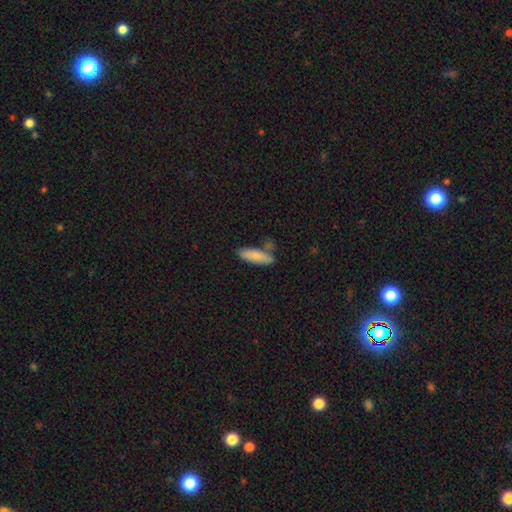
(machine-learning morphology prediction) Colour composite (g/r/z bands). It shows a smooth galaxy with no disk features (82%) that is in between round and cigar-shaped (54%). Merging: none (63%).